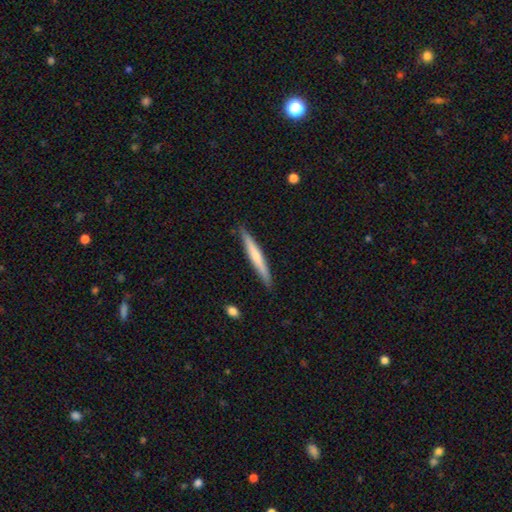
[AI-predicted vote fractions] The model was most divided on "smooth or featured": smooth: 55%, featured or disk: 40%, star or artifact: 5%. More confident: how rounded — cigar-shaped (96%); merging — none (88%).